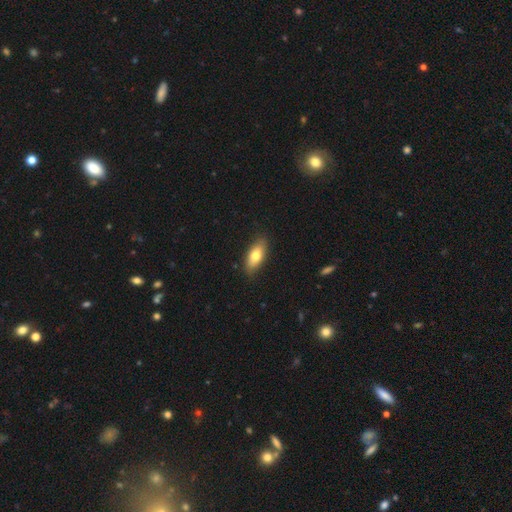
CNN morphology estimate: type=smooth (72%); roundness=in between (81%); merging=none (85%).